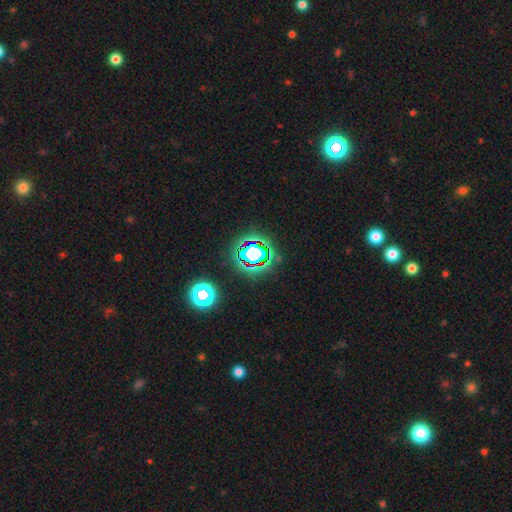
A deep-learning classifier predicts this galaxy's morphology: Q: Smooth or featured?
A: star or artifact (60%); runner-up: smooth (26%)